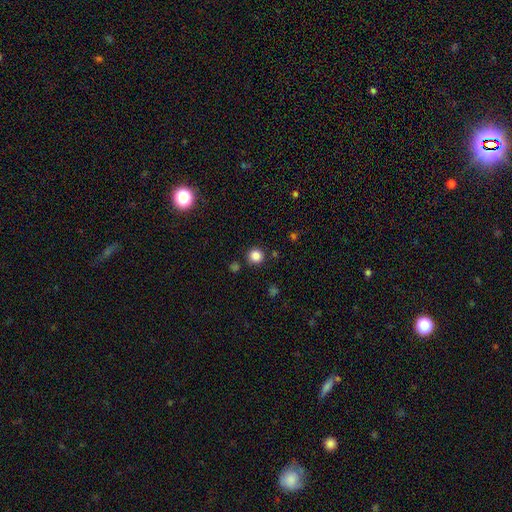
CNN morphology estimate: The model was most divided on "smooth or featured": smooth: 84%, star or artifact: 12%, featured or disk: 4%. More confident: how rounded — round (94%); merging — none (88%).